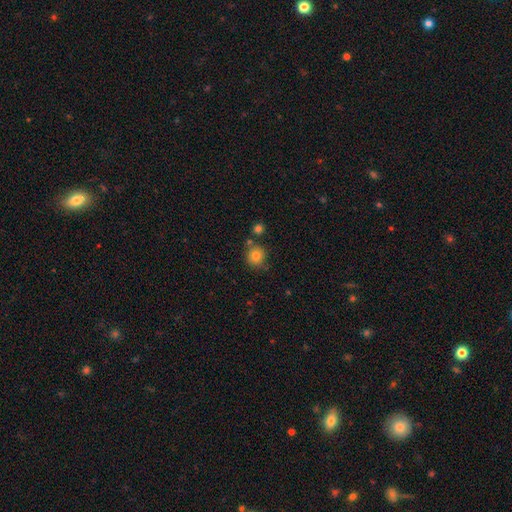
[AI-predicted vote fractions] The model was most divided on "merging": none: 75%, minor disturbance: 11%, merger: 10%, major disturbance: 3%. More confident: how rounded — round (90%); smooth or featured — smooth (81%).